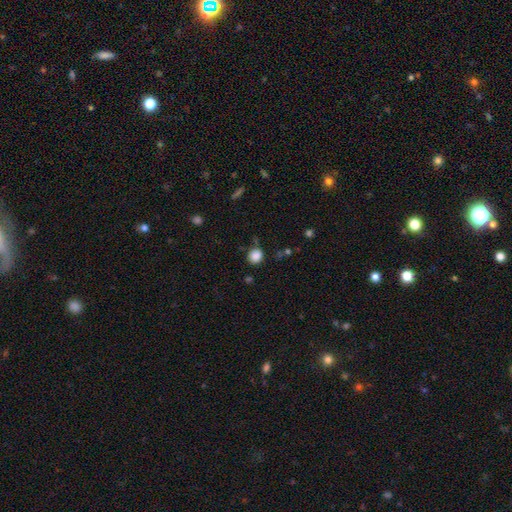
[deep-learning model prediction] smooth_or_featured: smooth (p=0.86) [alt: star or artifact p=0.10]
how_rounded: round (p=0.85) [alt: in between p=0.15]
merging: none (p=0.80) [alt: minor disturbance p=0.12]